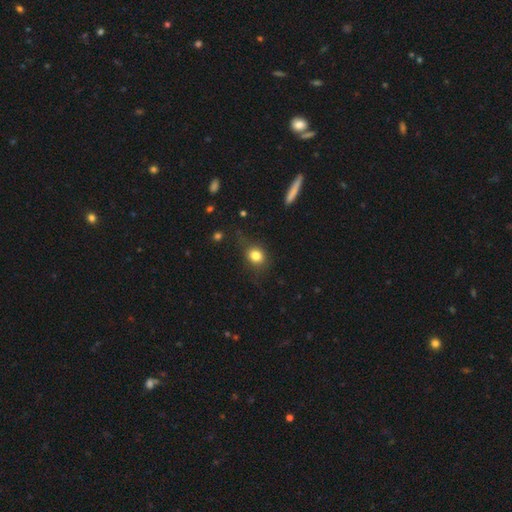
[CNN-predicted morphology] Q: Smooth or featured?
A: smooth (80%); runner-up: star or artifact (11%)
Q: How rounded?
A: round (57%); runner-up: in between (41%)
Q: Merging?
A: none (67%); runner-up: minor disturbance (22%)